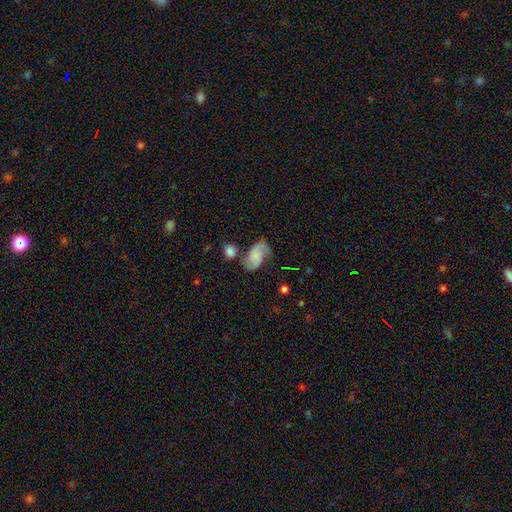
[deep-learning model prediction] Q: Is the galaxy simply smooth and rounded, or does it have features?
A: featured or disk — 62%.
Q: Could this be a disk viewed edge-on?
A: no — 97%.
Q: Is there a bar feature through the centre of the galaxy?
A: no — 63%.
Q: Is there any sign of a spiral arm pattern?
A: yes — 91%.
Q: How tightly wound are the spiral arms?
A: medium — 42%.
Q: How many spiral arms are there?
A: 2 — 86%.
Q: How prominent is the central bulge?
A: none — 45%.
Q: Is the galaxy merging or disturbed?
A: none — 50%.